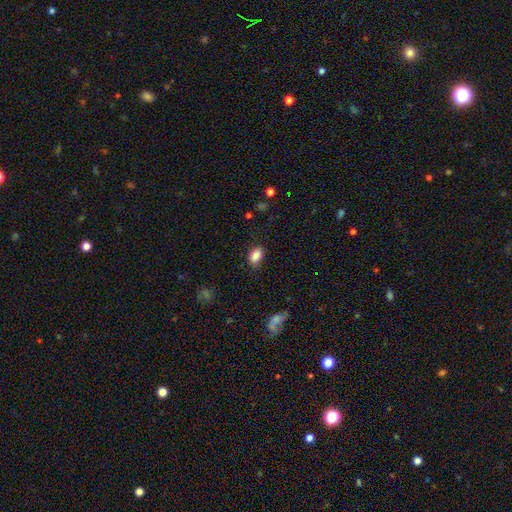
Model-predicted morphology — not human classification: type=smooth (87%); roundness=in between (87%); merging=none (79%).